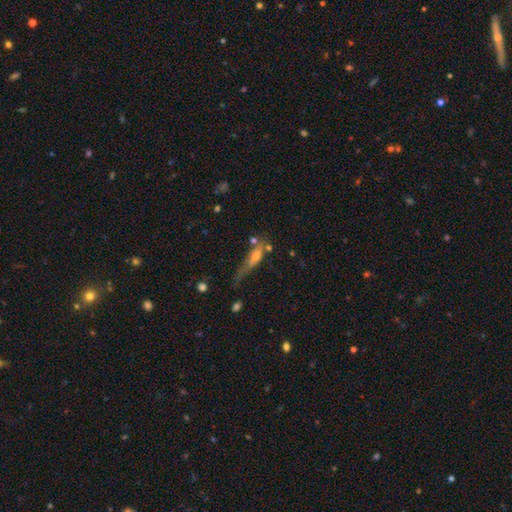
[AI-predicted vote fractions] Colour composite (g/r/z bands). It shows a featured or disk galaxy (45%). Merging: none (36%).